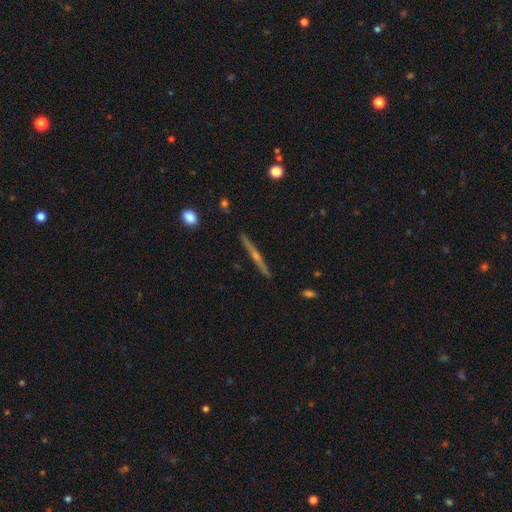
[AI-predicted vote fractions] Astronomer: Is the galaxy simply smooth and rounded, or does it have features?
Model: featured or disk — 78%.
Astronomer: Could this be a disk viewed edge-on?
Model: yes — 98%.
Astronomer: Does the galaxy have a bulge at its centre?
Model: rounded — 83%.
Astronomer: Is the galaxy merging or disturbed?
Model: none — 91%.